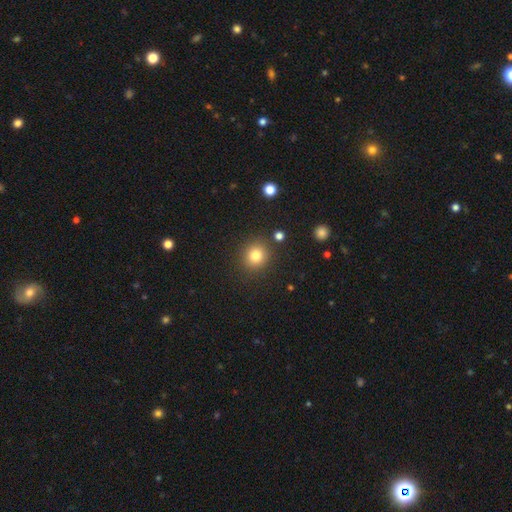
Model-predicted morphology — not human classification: smooth 82%, star or artifact 12%, featured or disk 6%. Down the decision tree: how rounded — round (88%); merging — none (87%).